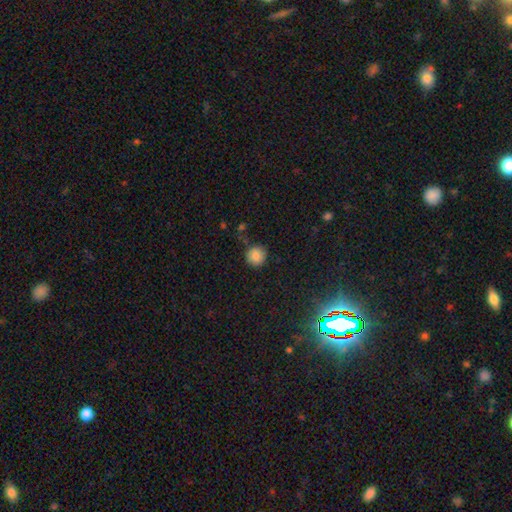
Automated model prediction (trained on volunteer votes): A smooth galaxy with no disk features (84%) that is round (93%). Merging: none (86%).